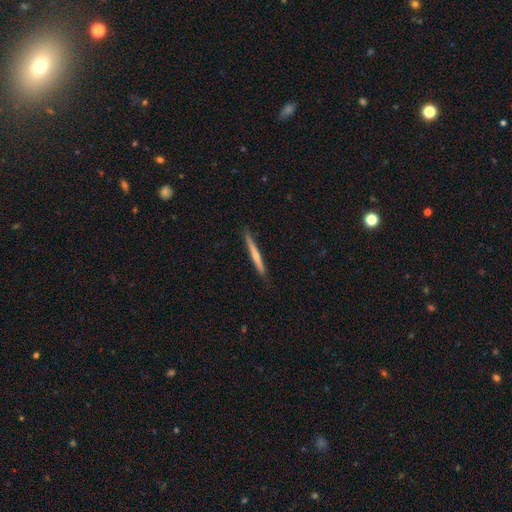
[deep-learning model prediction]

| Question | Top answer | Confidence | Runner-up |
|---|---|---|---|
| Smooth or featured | smooth | 48% | featured or disk (47%) |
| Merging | none | 88% | minor disturbance (9%) |